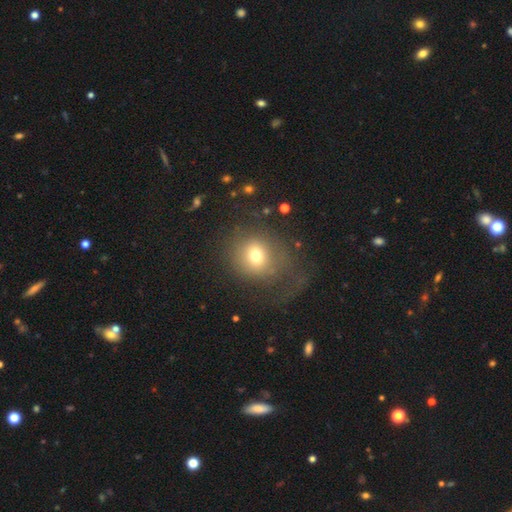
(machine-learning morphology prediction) smooth_or_featured: smooth (p=0.68) [alt: featured or disk p=0.18]
how_rounded: round (p=0.77) [alt: in between p=0.22]
merging: none (p=0.42) [alt: major disturbance p=0.38]